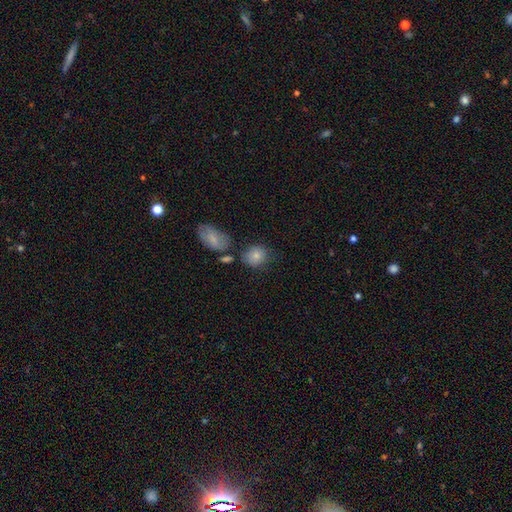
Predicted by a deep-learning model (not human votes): smooth_or_featured: smooth (p=0.82) [alt: featured or disk p=0.09]
how_rounded: round (p=0.63) [alt: in between p=0.36]
merging: none (p=0.66) [alt: minor disturbance p=0.16]